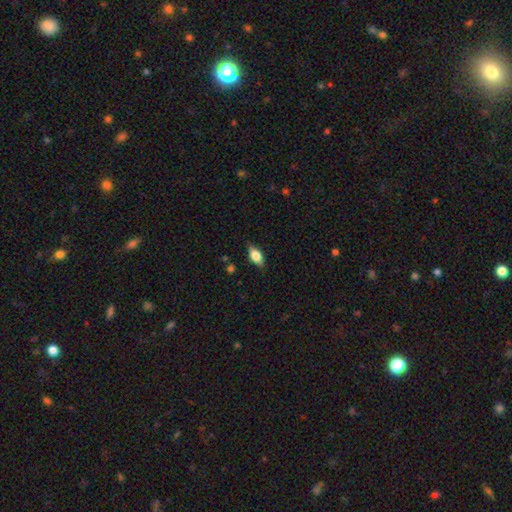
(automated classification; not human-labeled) Smooth or featured? smooth (70%)
How rounded? in between (85%)
Merging? none (83%)